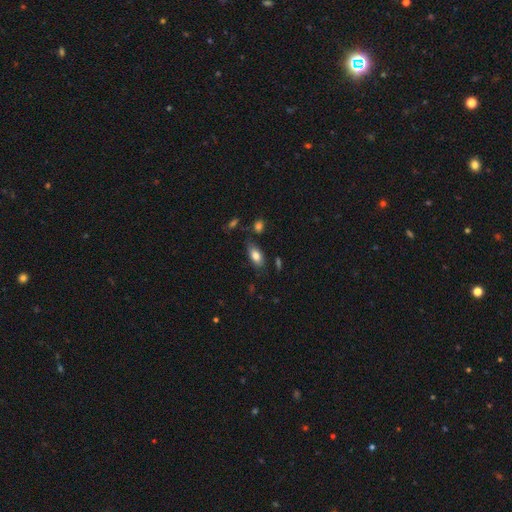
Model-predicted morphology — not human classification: The model was most divided on "merging": none: 74%, minor disturbance: 18%, major disturbance: 4%, merger: 4%. More confident: how rounded — in between (87%); smooth or featured — smooth (79%).